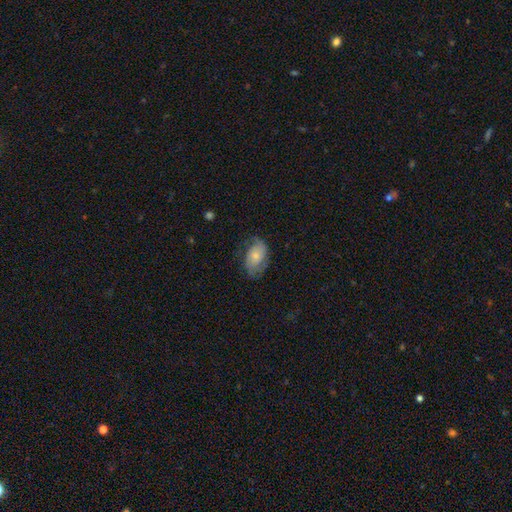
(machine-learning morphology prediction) Overall: smooth (51%; featured or disk 42%). How rounded: in between (88%). Merging: none (58%; minor disturbance 26%).